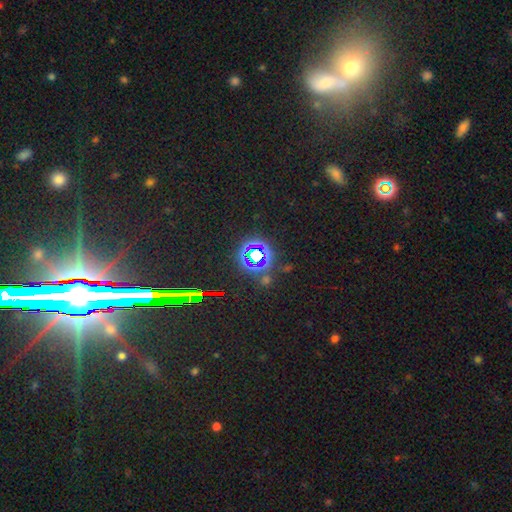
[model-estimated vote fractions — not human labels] Smooth or featured? star or artifact (72%)